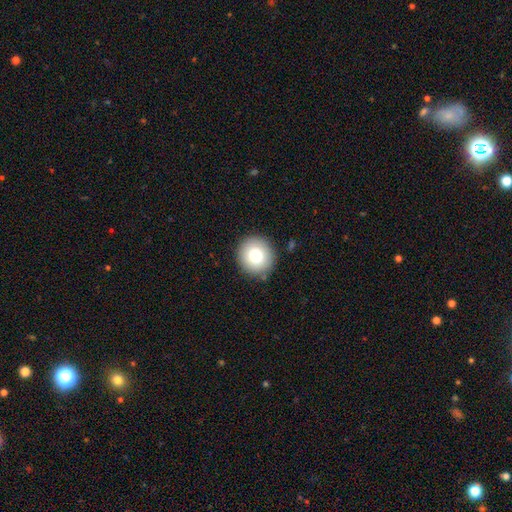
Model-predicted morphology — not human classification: smooth 80%, featured or disk 11%, star or artifact 9%. Down the decision tree: how rounded — round (92%); merging — none (88%).